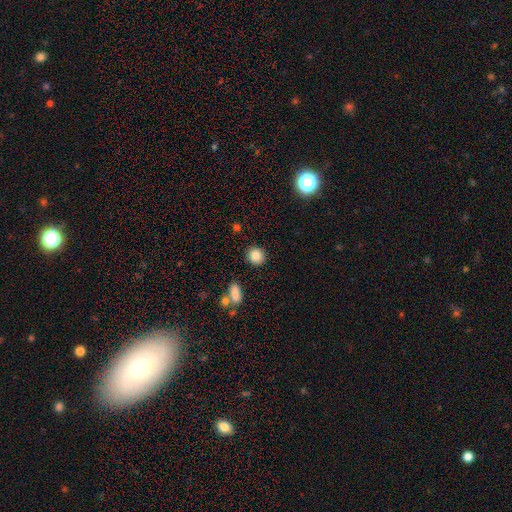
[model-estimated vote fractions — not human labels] Q: Smooth or featured?
A: smooth (85%); runner-up: star or artifact (9%)
Q: How rounded?
A: round (87%); runner-up: in between (12%)
Q: Merging?
A: none (89%); runner-up: minor disturbance (7%)